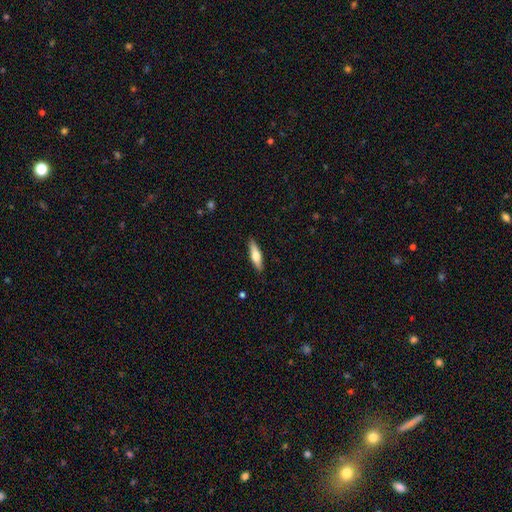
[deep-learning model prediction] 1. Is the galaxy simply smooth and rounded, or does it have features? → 54% smooth, 41% featured or disk, 5% star or artifact.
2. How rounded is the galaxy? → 65% cigar-shaped, 33% in between, 2% round.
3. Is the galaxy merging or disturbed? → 89% none, 8% minor disturbance, 2% major disturbance, 1% merger.